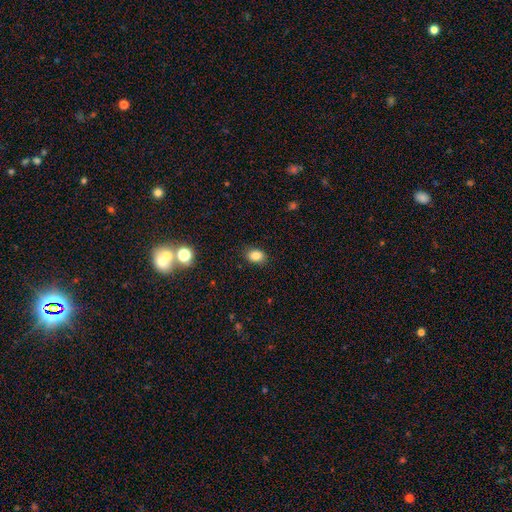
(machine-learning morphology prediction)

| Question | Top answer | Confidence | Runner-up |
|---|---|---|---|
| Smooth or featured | smooth | 84% | star or artifact (11%) |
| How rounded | in between | 68% | round (31%) |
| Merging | none | 86% | minor disturbance (10%) |